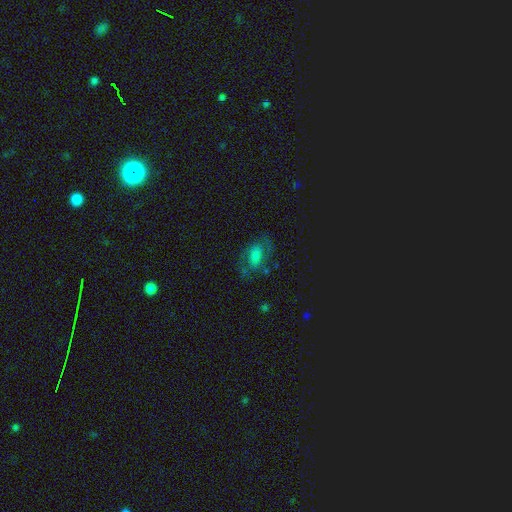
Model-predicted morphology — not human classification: A featured or disk galaxy (47%). Merging: none (61%).